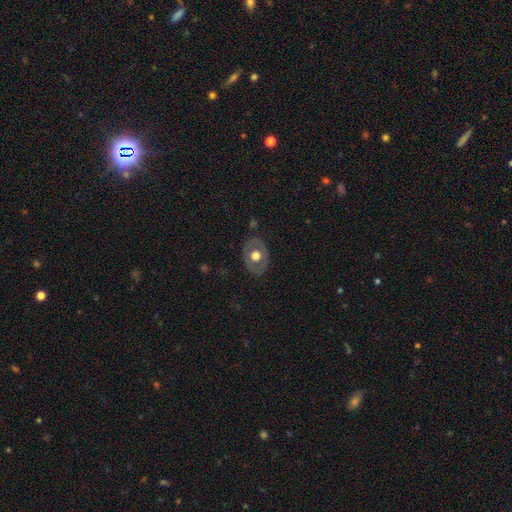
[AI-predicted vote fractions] smooth_or_featured: featured or disk (p=0.47) [alt: smooth p=0.46]
merging: none (p=0.81) [alt: minor disturbance p=0.13]